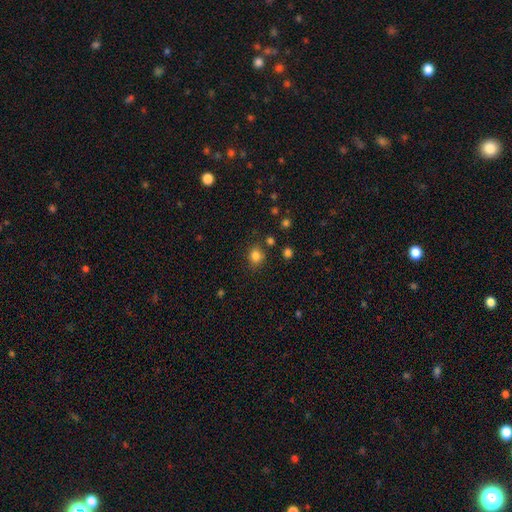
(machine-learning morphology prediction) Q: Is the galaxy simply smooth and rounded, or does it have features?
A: smooth — 82%.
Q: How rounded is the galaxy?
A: round — 68%.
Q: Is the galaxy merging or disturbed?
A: none — 79%.